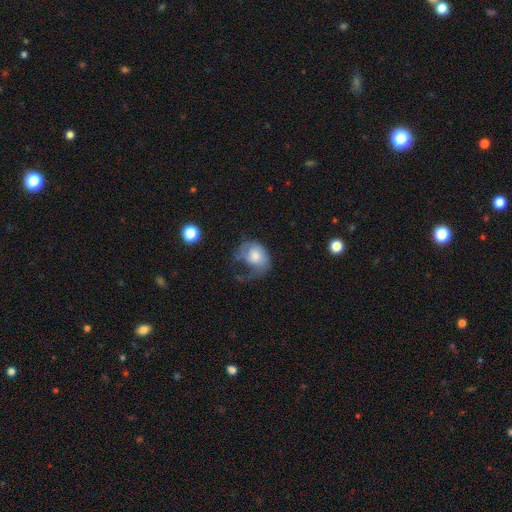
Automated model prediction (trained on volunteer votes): A smooth galaxy with no disk features (60%) that is in between round and cigar-shaped (58%). Merging: major disturbance (53%).